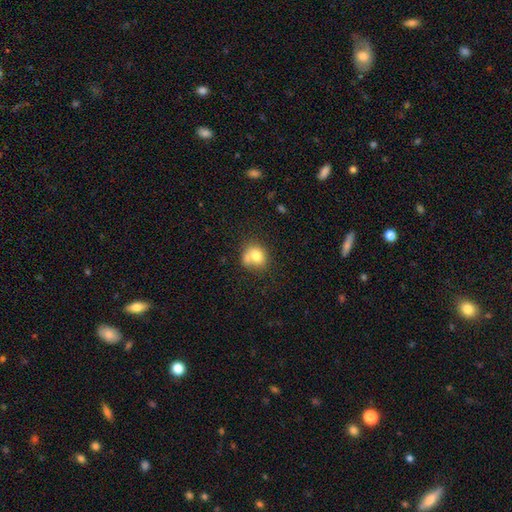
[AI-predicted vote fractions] Overall: smooth (75%). How rounded: round (64%; in between 35%). Merging: none (40%; merger 32%).